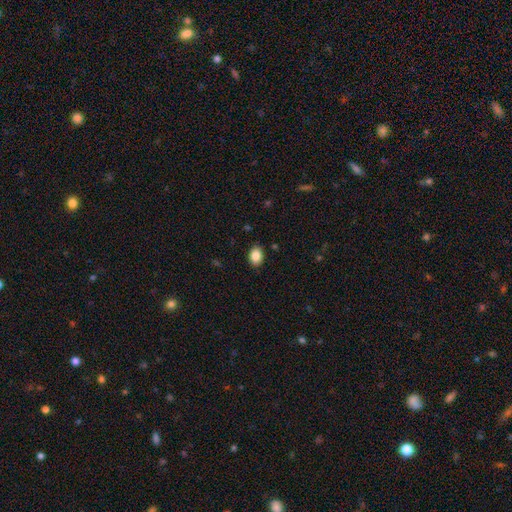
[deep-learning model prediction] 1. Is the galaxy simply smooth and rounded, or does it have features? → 88% smooth, 8% star or artifact, 4% featured or disk.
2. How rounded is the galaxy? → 73% in between, 26% round, 1% cigar-shaped.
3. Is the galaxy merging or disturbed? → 88% none, 9% minor disturbance, 2% major disturbance, 1% merger.